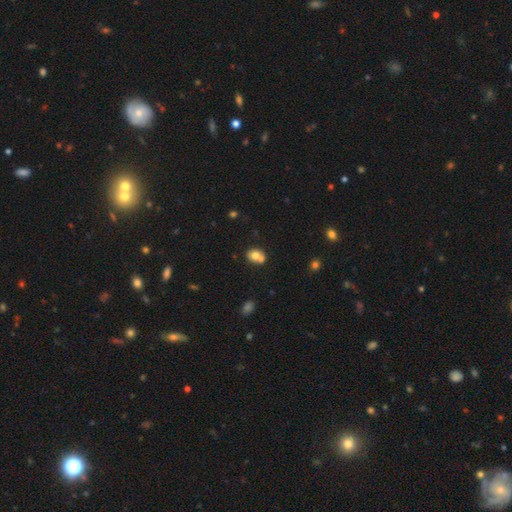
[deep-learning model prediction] Overall: smooth (72%). How rounded: round (52%; in between 47%). Merging: merger (43%; none 42%).